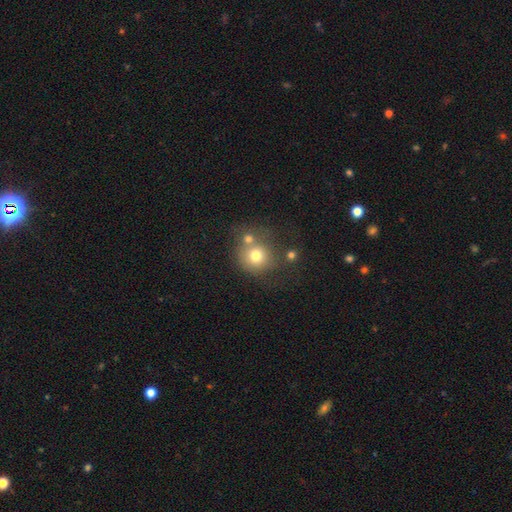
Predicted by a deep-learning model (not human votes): A smooth galaxy with no disk features (72%) that is round (87%). Merging: none (48%).